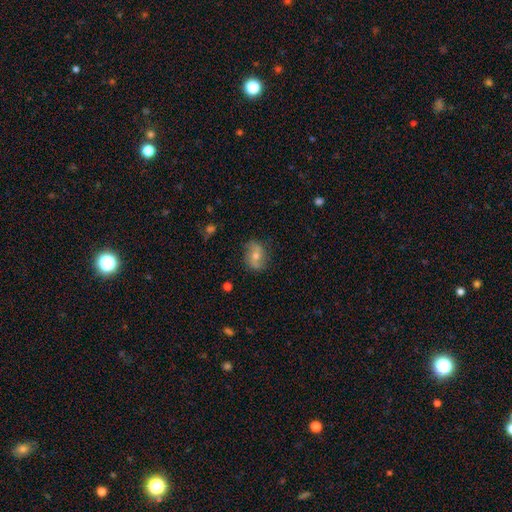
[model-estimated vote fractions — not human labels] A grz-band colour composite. It shows a featured or disk galaxy (52%). Merging: none (80%).